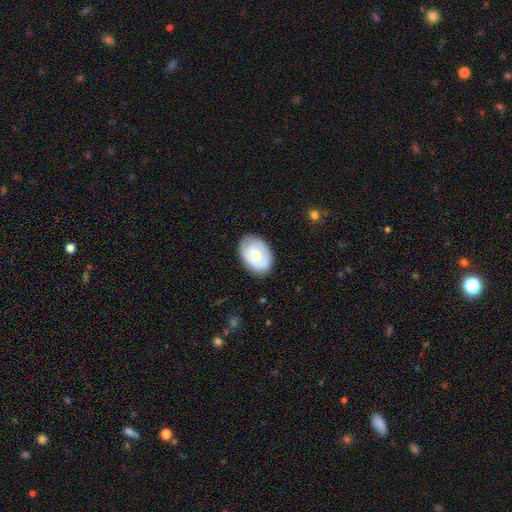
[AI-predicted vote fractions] Q: Smooth or featured?
A: smooth (62%); runner-up: featured or disk (32%)
Q: How rounded?
A: in between (81%); runner-up: round (18%)
Q: Merging?
A: none (80%); runner-up: minor disturbance (15%)